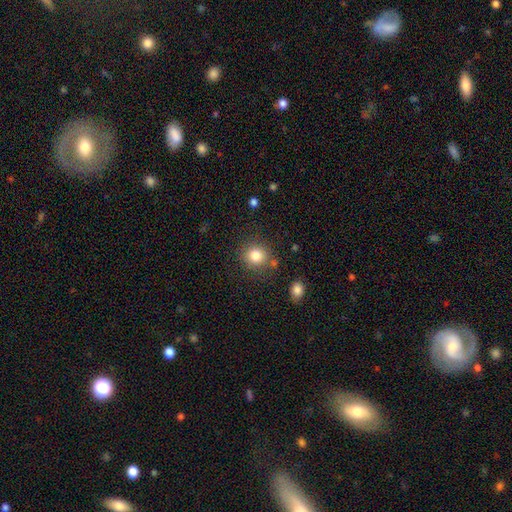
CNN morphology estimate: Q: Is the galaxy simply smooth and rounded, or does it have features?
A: smooth — 82%.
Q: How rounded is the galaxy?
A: round — 86%.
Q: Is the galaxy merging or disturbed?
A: none — 80%.